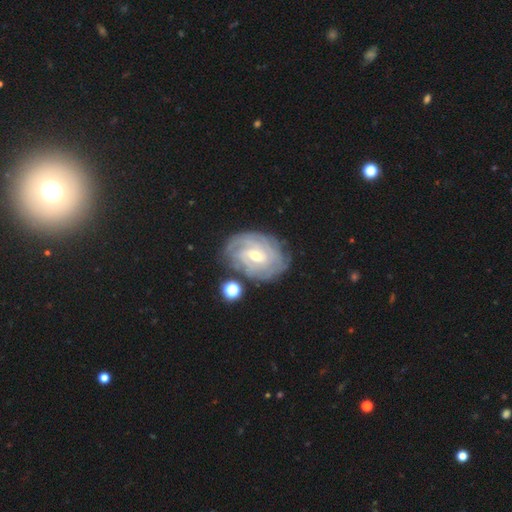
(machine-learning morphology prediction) This appears to be a featured or disk galaxy (86%) with a weak bar (53%), tight (77%) spiral arms (95%) and a moderate central bulge (50%). Merging: none (75%).